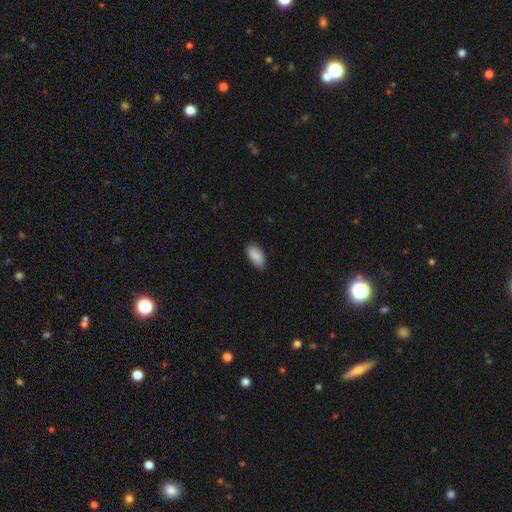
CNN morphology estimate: Overall: smooth (89%). How rounded: in between (92%). Merging: none (83%).